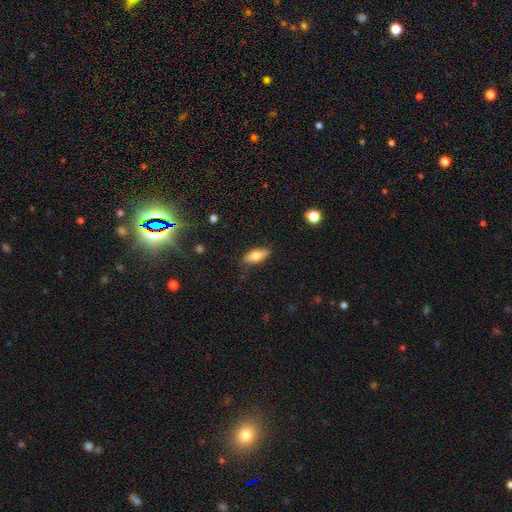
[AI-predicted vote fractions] A smooth galaxy with no disk features (71%) that is in between round and cigar-shaped (70%). Merging: none (83%).